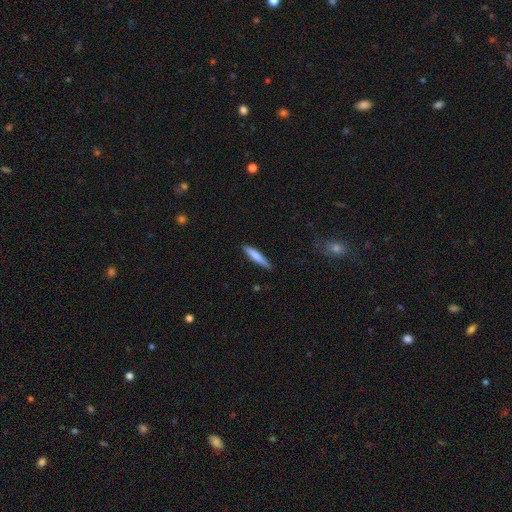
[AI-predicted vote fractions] Smooth or featured? smooth (77%)
How rounded? cigar-shaped (89%)
Merging? none (86%)